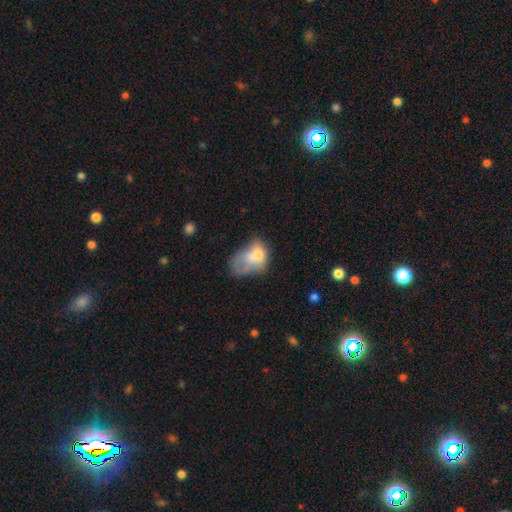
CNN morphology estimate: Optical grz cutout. It shows a smooth galaxy with no disk features (62%) that is in between round and cigar-shaped (77%). Merging: merger (35%).